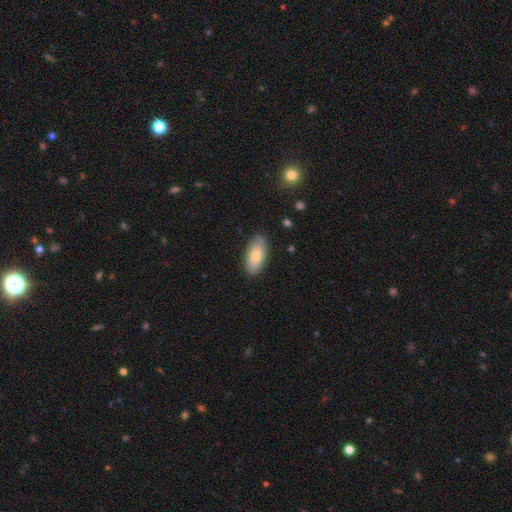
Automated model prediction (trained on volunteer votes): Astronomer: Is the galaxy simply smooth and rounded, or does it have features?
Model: smooth — 67%.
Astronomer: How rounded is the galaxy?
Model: in between — 92%.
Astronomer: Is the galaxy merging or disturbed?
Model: none — 83%.